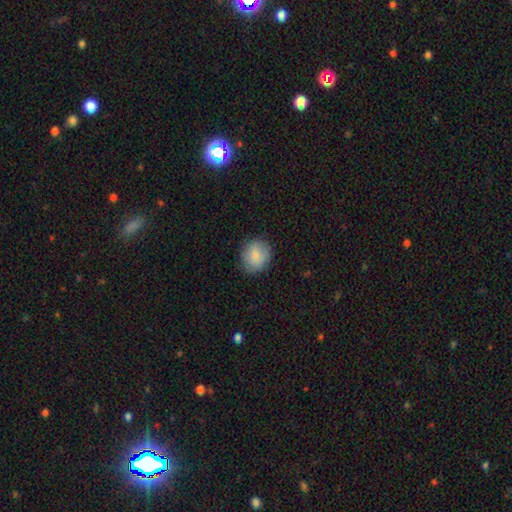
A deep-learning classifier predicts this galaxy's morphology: Overall: smooth (86%). How rounded: round (66%; in between 33%). Merging: none (82%).